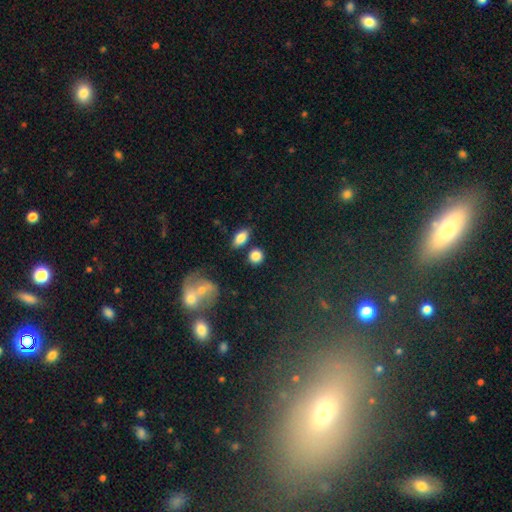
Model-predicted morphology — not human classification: Overall: smooth (85%). How rounded: round (75%). Merging: none (74%).